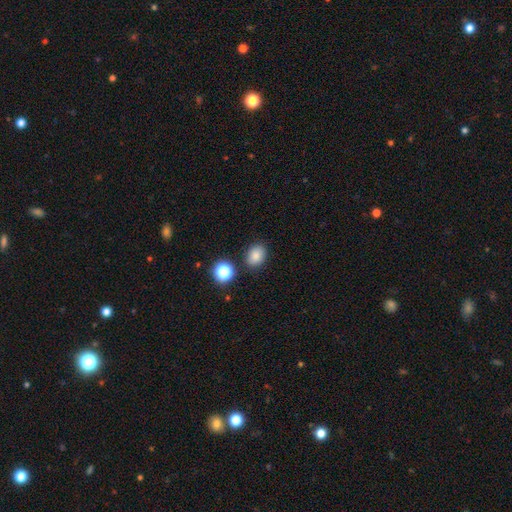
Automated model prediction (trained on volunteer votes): A smooth galaxy with no disk features (82%) that is in between round and cigar-shaped (62%).

Vote fractions:
- Smooth or featured? smooth: 82% / star or artifact: 12% / featured or disk: 6%
- How rounded? in between: 62% / round: 37% / cigar-shaped: 1%
- Merging? none: 83% / minor disturbance: 10% / merger: 4% / major disturbance: 3%